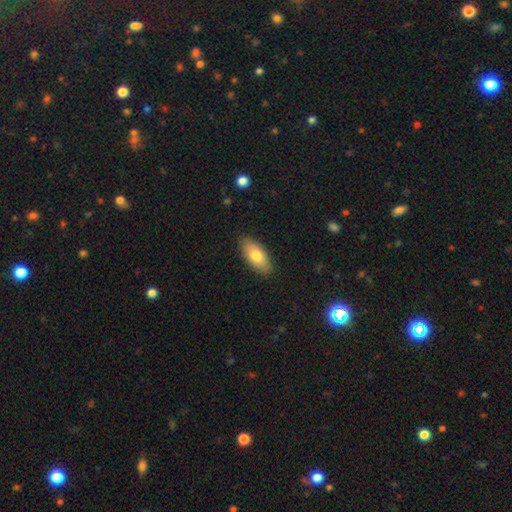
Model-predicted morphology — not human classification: A smooth galaxy with no disk features (78%) that is in between round and cigar-shaped (88%).

Vote fractions:
- Smooth or featured? smooth: 78% / featured or disk: 16% / star or artifact: 6%
- How rounded? in between: 88% / cigar-shaped: 10% / round: 3%
- Merging? none: 87% / minor disturbance: 10% / major disturbance: 2% / merger: 1%